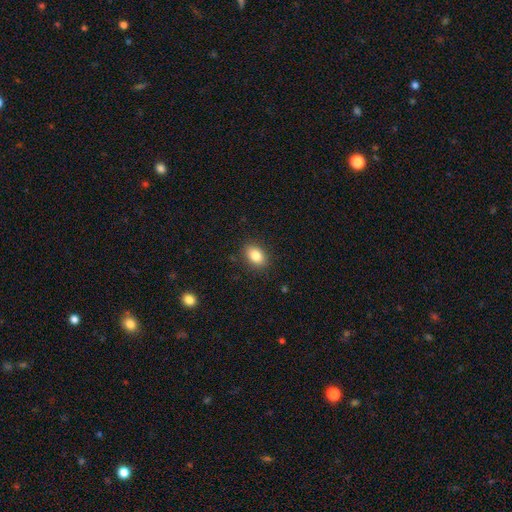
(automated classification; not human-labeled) This is clearly a smooth galaxy (84%). How rounded: clearly in between (83%). Merging: clearly none (88%).